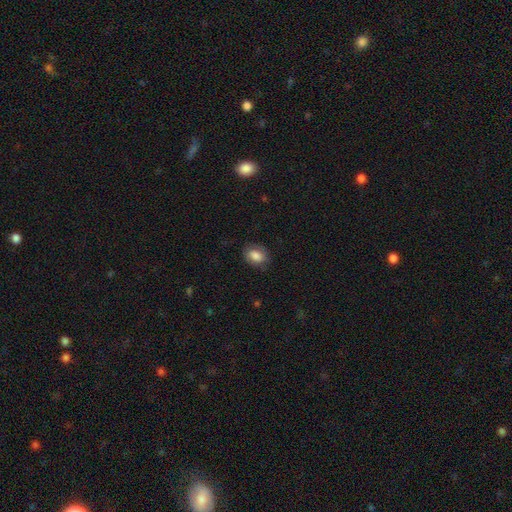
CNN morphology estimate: smooth-or-featured: smooth: 79% | featured or disk: 13% | star or artifact: 8%
  how-rounded: in between: 68% | round: 31% | cigar-shaped: 1%
  merging: none: 75% | minor disturbance: 18% | major disturbance: 6% | merger: 1%